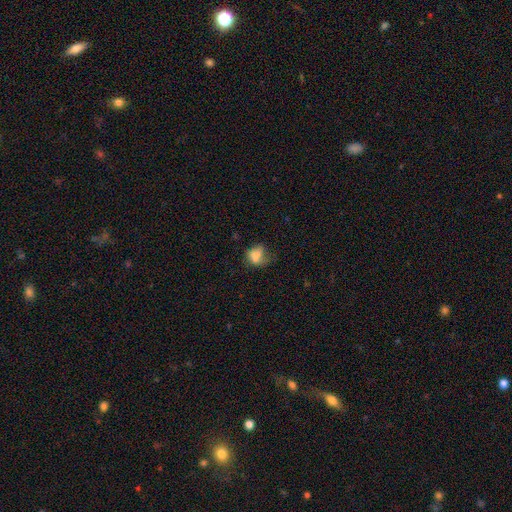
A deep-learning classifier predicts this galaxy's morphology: The model was most divided on "merging": none: 36%, minor disturbance: 32%, major disturbance: 27%, merger: 5%. More confident: smooth or featured — smooth (73%); how rounded — in between (63%).